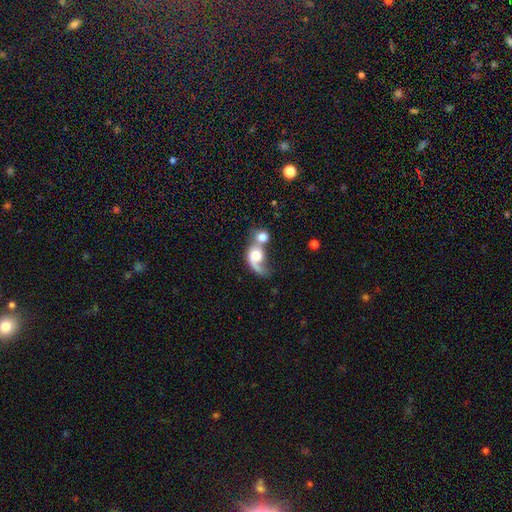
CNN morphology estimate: smooth-or-featured: featured or disk: 51% | smooth: 41% | star or artifact: 9%
  disk-edge-on: no: 96% | yes: 4%
  merging: merger: 63% | major disturbance: 17% | none: 13% | minor disturbance: 7%